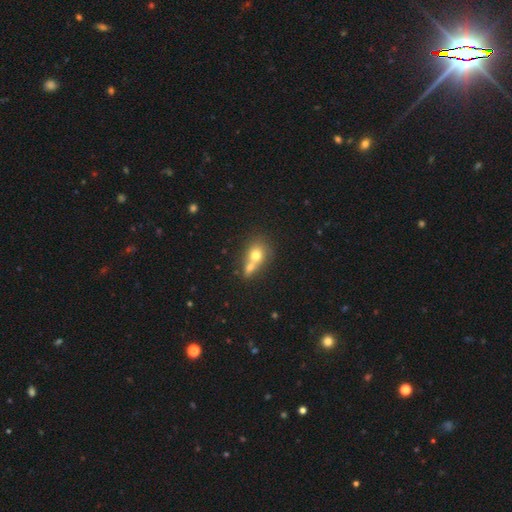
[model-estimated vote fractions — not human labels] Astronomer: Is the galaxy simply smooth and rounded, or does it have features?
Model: smooth — 71%.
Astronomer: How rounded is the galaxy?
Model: round — 61% (runner-up: in between, 37%).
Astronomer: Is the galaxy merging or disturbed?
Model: merger — 63%.